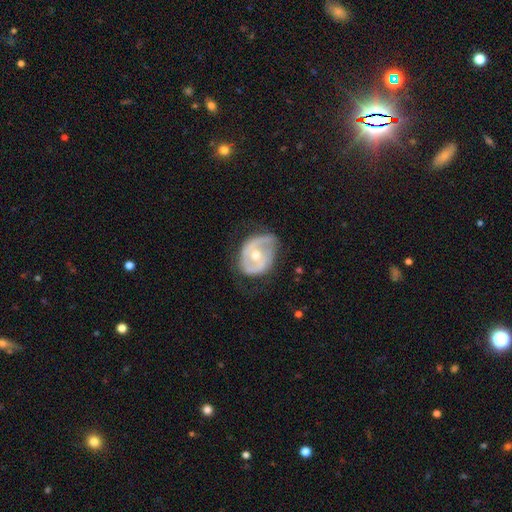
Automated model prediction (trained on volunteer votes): This appears to be a featured or disk galaxy (78%) with no bar (60%), 2 (65%) medium (42%) spiral arms (82%) and a moderate central bulge (71%). Merging: none (54%).